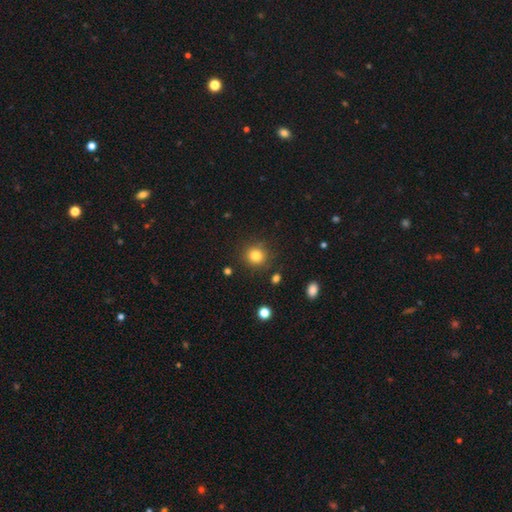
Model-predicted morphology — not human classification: Smooth or featured? Predicted: smooth (p=0.82). How rounded? Predicted: round (p=0.90). Merging? Predicted: none (p=0.86).